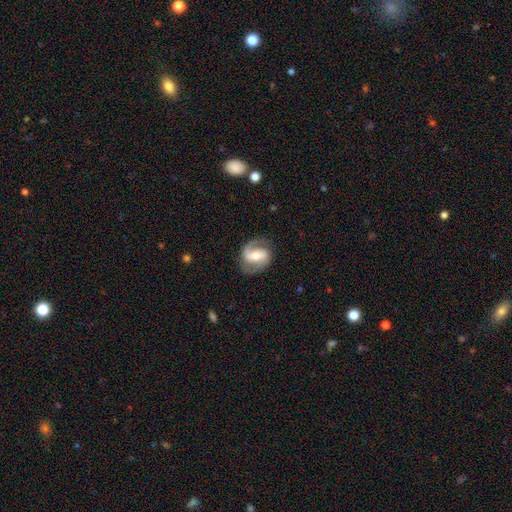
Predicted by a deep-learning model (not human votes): Smooth or featured: featured or disk — 85% (smooth — 10%)
Edge-on disk: no — 97% (yes — 3%)
Bar: weak — 40% (strong — 39%)
Spiral arms: yes — 95% (no — 5%)
Spiral winding: medium — 51% (loose — 26%)
Spiral arm count: 2 — 84% (1 — 10%)
Bulge size: moderate — 65% (small — 26%)
Merging: none — 79% (minor disturbance — 14%)